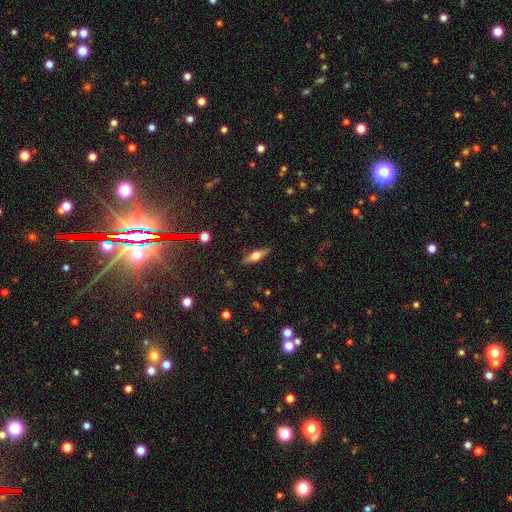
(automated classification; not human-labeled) A featured or disk galaxy (53%) viewed edge-on (93%).

Vote fractions:
- Smooth or featured? featured or disk: 53% / smooth: 39% / star or artifact: 8%
- Edge-on disk? yes: 93% / no: 7%
- Merging? none: 89% / minor disturbance: 8% / major disturbance: 2% / merger: 1%